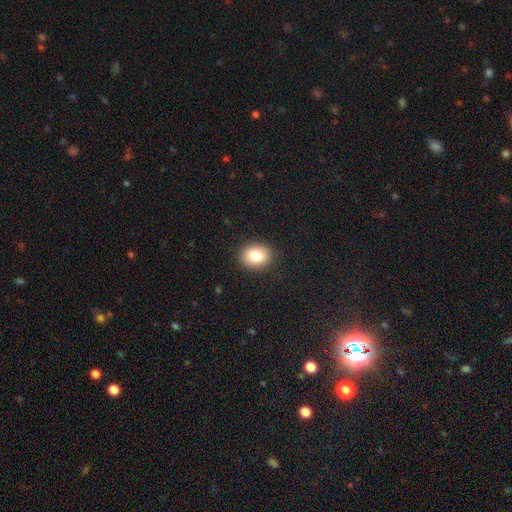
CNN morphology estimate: Overall: smooth (83%). How rounded: in between (51%; round 48%). Merging: none (89%).